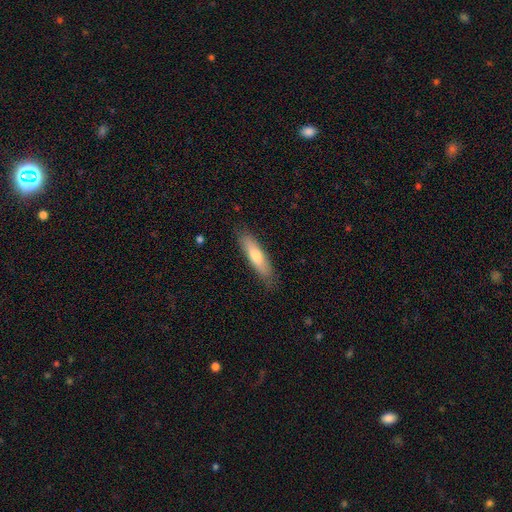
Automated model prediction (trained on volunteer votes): Smooth or featured?
  - smooth: 68% *
  - featured or disk: 26%
  - star or artifact: 6%
How rounded?
  - cigar-shaped: 72% *
  - in between: 27%
  - round: 1%
Merging?
  - none: 83% *
  - minor disturbance: 13%
  - major disturbance: 3%
  - merger: 1%